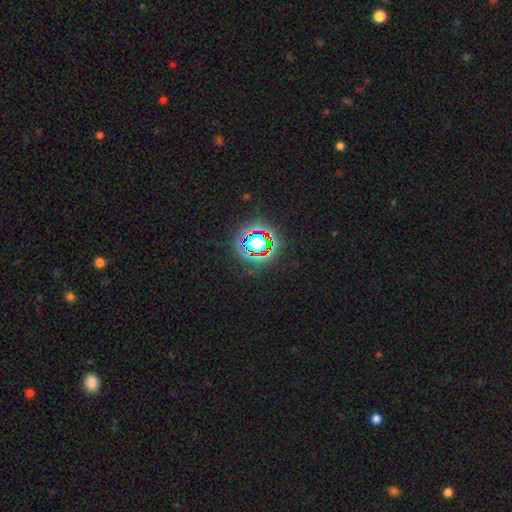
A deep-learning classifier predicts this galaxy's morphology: A star or artifact, not a galaxy (80%).

Vote fractions:
- Smooth or featured? star or artifact: 80% / smooth: 12% / featured or disk: 8%